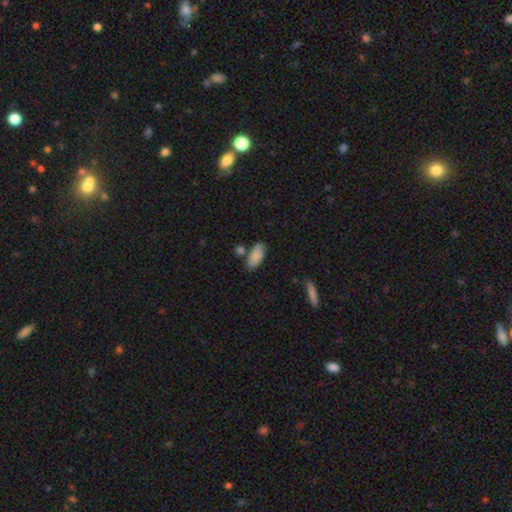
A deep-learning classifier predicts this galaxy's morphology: A smooth galaxy with no disk features (85%) that is in between round and cigar-shaped (86%). Merging: none (66%).